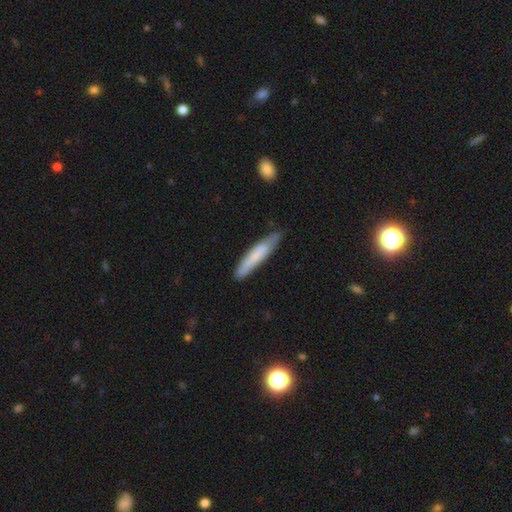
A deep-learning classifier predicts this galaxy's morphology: Smooth or featured? Predicted: smooth (p=0.64). How rounded? Predicted: cigar-shaped (p=0.89). Merging? Predicted: none (p=0.73).